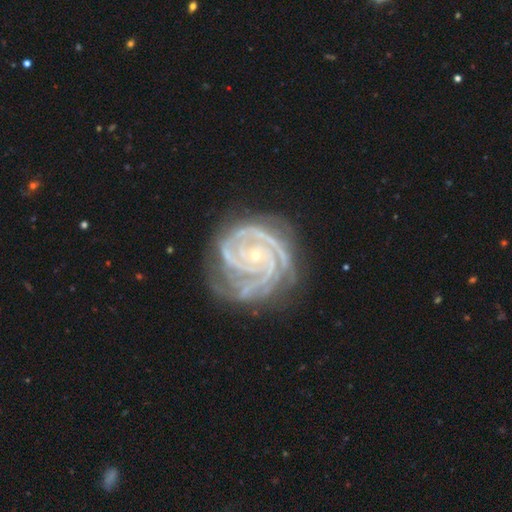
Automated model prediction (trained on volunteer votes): Overall: featured or disk (91%). Edge-on disk: no (98%). Bar: no (75%). Spiral arms: yes (99%). Spiral arm count: 3 (34%; 4 25%). Spiral winding: tight (80%). Bulge size: small (84%). Merging: none (67%).